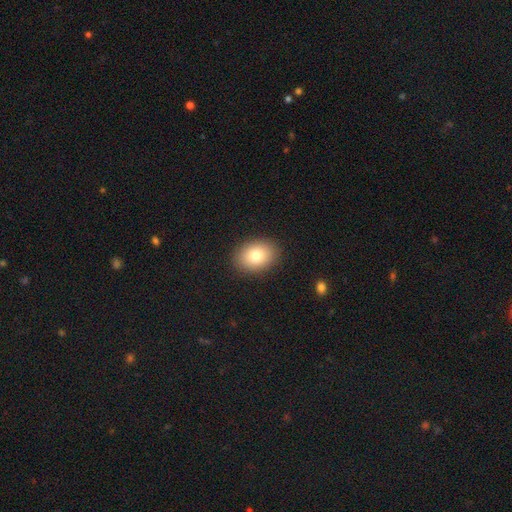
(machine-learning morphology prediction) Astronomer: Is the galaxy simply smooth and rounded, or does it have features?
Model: smooth — 82%.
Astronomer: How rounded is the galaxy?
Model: in between — 75%.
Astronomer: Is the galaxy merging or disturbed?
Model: none — 89%.